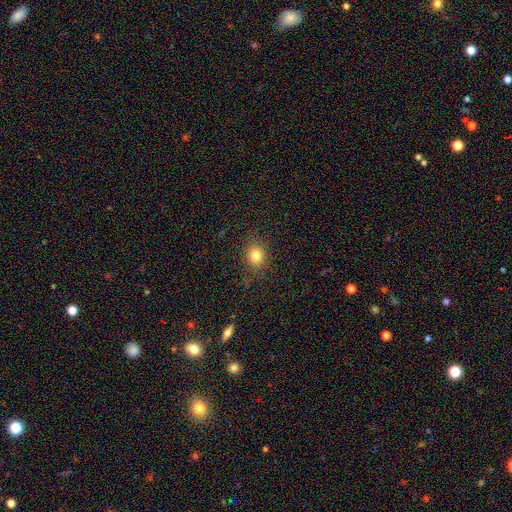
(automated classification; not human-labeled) Overall: smooth (79%). How rounded: round (52%; in between 46%). Merging: none (85%).